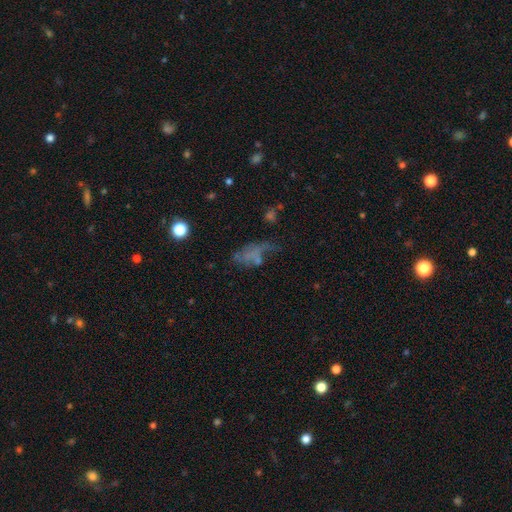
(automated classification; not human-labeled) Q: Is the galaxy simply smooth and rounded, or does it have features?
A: smooth — 38%, tied with featured or disk.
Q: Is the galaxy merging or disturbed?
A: major disturbance — 40%.